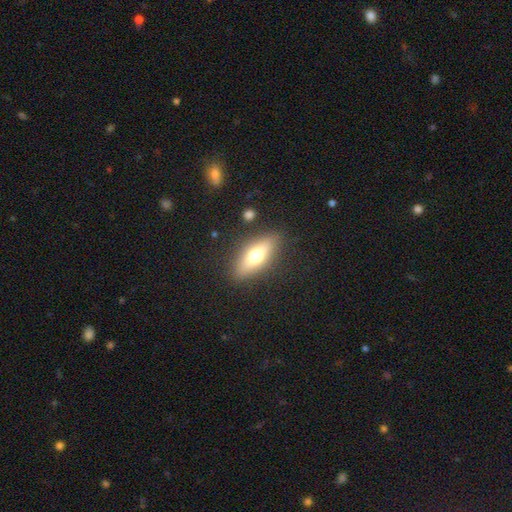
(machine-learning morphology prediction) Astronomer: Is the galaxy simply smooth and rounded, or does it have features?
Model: smooth — 62%.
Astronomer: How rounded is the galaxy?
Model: in between — 68%.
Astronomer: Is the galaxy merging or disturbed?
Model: none — 85%.